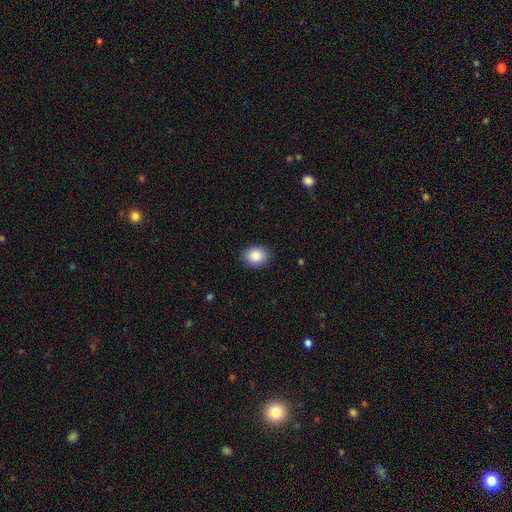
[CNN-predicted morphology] smooth-or-featured: smooth: 87% | star or artifact: 8% | featured or disk: 5%
  how-rounded: round: 53% | in between: 46% | cigar-shaped: 1%
  merging: none: 88% | minor disturbance: 9% | major disturbance: 2% | merger: 1%